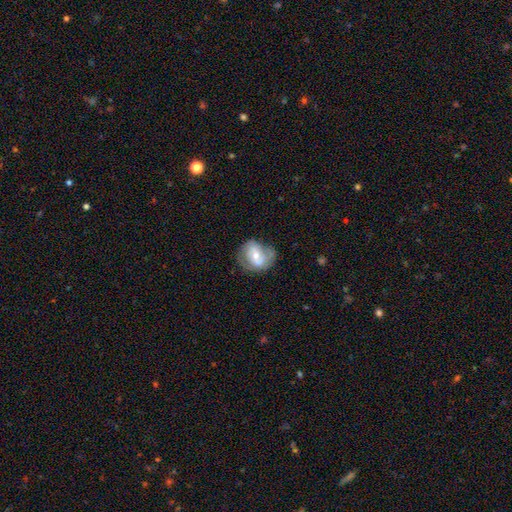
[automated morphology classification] The model was most divided on "bar": no: 43%, weak: 38%, strong: 19%. More confident: edge-on disk — no (96%); spiral arms — yes (67%); bulge size — moderate (58%); smooth or featured — featured or disk (58%); merging — none (57%).